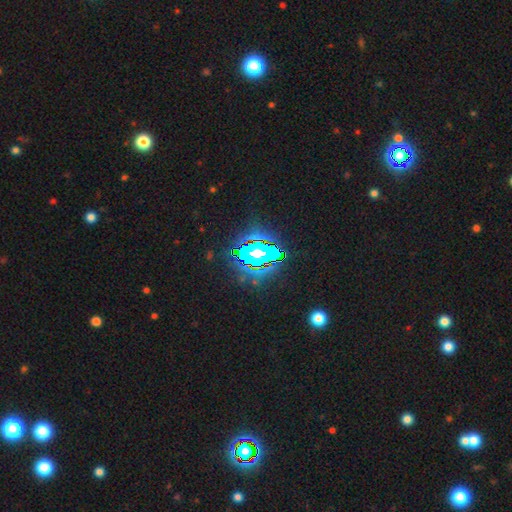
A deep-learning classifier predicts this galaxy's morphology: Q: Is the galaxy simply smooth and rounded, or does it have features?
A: star or artifact — 62%.